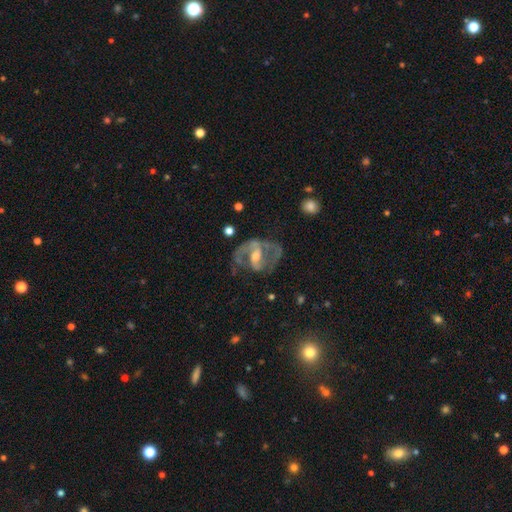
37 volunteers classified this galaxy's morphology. smooth_or_featured: featured or disk (p=0.84) [alt: smooth p=0.16]
disk_edge_on: no (p=0.90) [alt: yes p=0.10]
bar: no (p=0.50) [alt: weak p=0.36]
has_spiral_arms: yes (p=0.68) [alt: no p=0.32]
spiral_winding: tight (p=0.37) [tied with: loose p=0.37]
spiral_arm_count: can't tell (p=0.53) [alt: 2 p=0.42]
bulge_size: moderate (p=0.57) [alt: small p=0.29]
merging: major disturbance (p=0.43) [alt: none p=0.41]